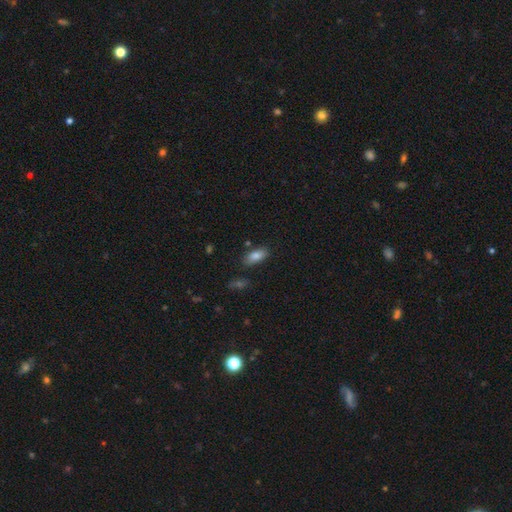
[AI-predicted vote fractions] Morphology: type=smooth (83%); roundness=in between (89%); merging=none (78%).